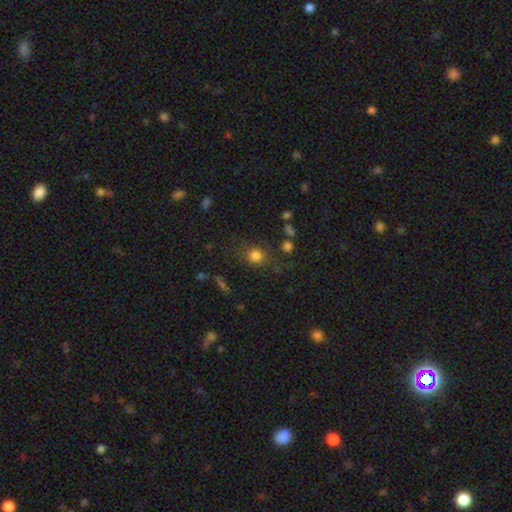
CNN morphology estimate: smooth_or_featured: smooth (p=0.79) [alt: star or artifact p=0.14]
how_rounded: round (p=0.76) [alt: in between p=0.23]
merging: none (p=0.75) [alt: minor disturbance p=0.14]